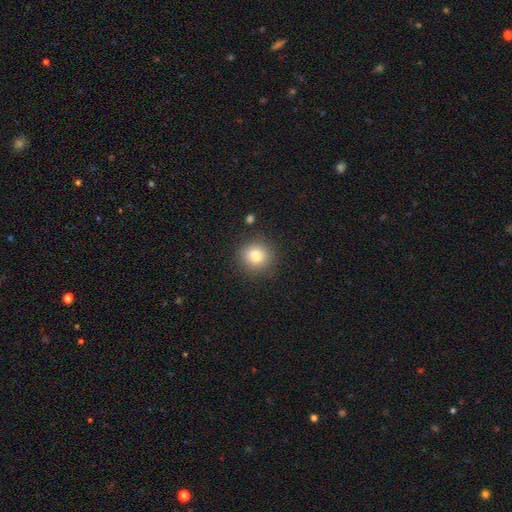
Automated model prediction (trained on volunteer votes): Smooth or featured? smooth (80%)
How rounded? round (89%)
Merging? none (87%)